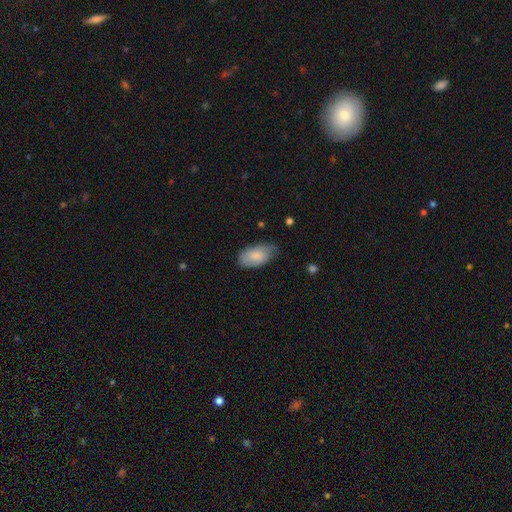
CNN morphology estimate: smooth_or_featured: smooth (p=0.83) [alt: featured or disk p=0.12]
how_rounded: in between (p=0.95) [alt: round p=0.03]
merging: none (p=0.69) [alt: minor disturbance p=0.25]